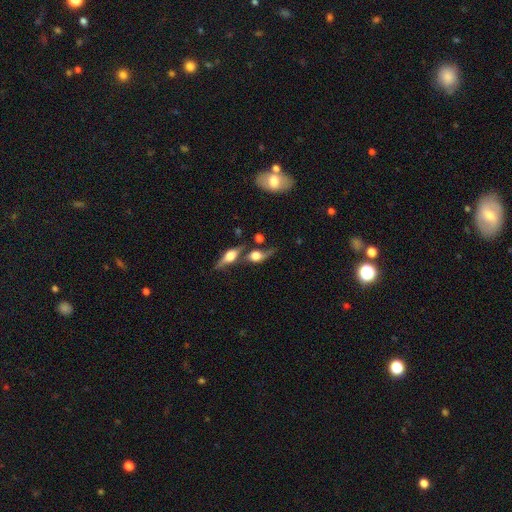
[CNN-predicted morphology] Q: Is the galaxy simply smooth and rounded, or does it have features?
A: featured or disk — 52%.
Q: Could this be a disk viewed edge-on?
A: yes — 53%.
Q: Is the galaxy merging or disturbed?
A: merger — 36%.